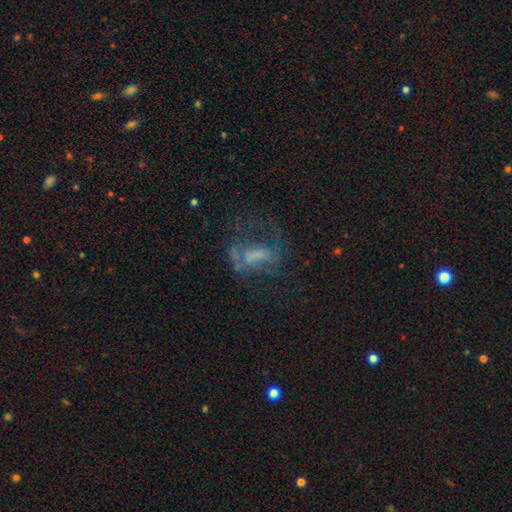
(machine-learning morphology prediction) Smooth or featured: featured or disk — 55% (smooth — 28%)
Edge-on disk: no — 95% (yes — 5%)
Bar: no — 53% (weak — 31%)
Spiral arms: no — 55% (yes — 45%)
Bulge size: none — 49% (small — 21%)
Merging: major disturbance — 43% (none — 36%)